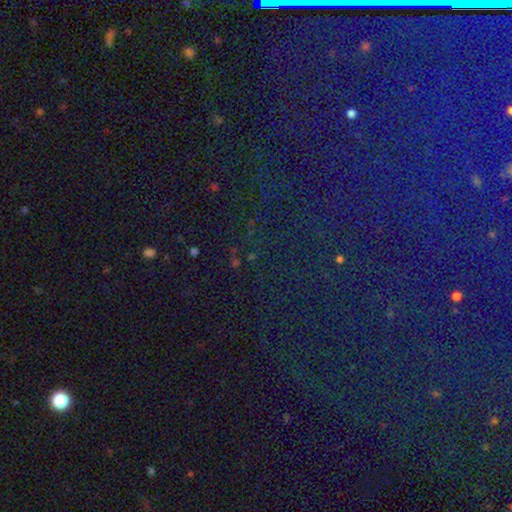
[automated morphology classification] The model was most divided on "smooth or featured": star or artifact: 85%, smooth: 8%, featured or disk: 7%.